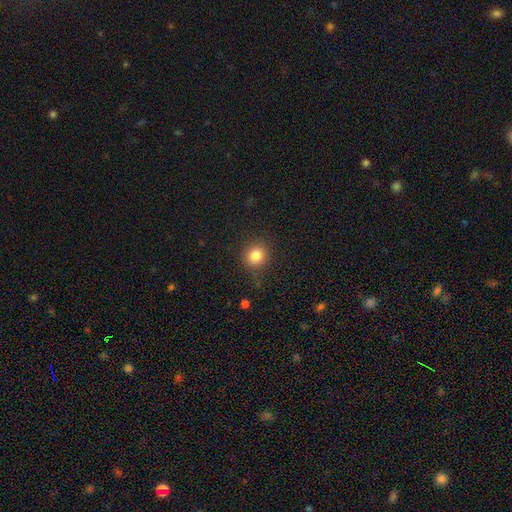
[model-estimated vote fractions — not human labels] This appears to be a smooth galaxy with no disk features (83%) that is round (84%). Merging: none (88%).